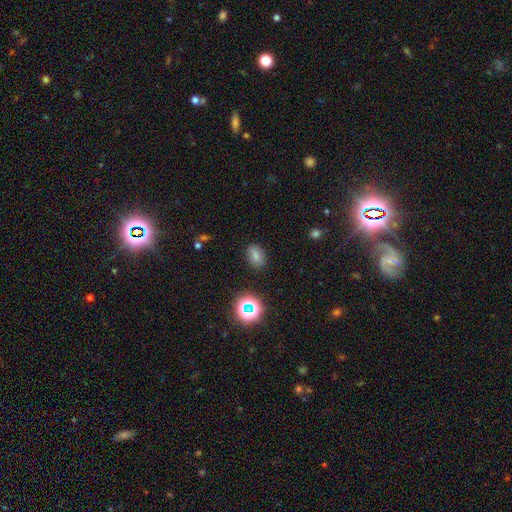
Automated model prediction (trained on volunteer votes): Smooth or featured: smooth — 74% (star or artifact — 17%)
How rounded: in between — 77% (round — 21%)
Merging: none — 84% (minor disturbance — 11%)